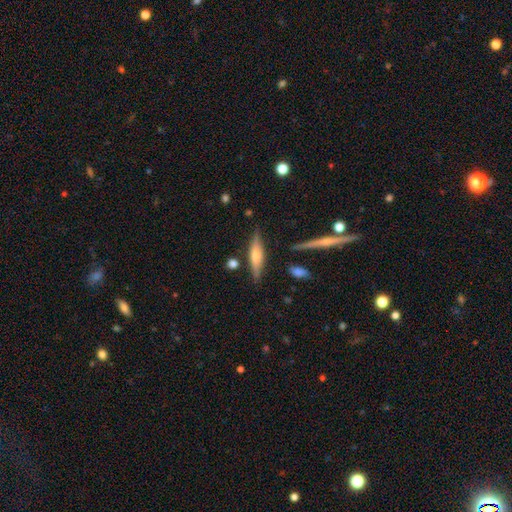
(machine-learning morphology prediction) Overall: featured or disk (52%; smooth 41%). Edge-on disk: yes (94%). Merging: none (80%).